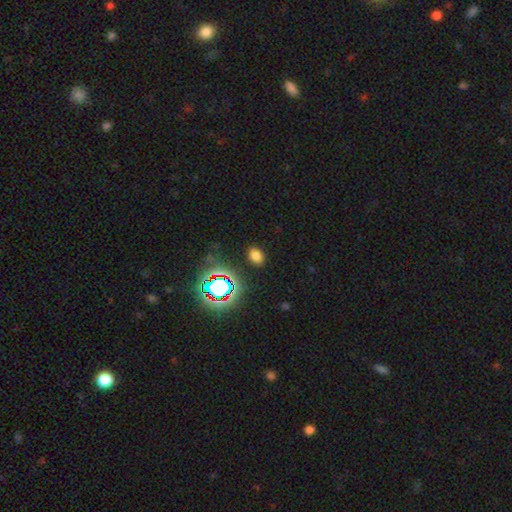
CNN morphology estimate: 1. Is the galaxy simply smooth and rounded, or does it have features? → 71% smooth, 23% star or artifact, 6% featured or disk.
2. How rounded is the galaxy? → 79% in between, 19% round, 2% cigar-shaped.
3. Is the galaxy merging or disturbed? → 87% none, 8% minor disturbance, 3% major disturbance, 2% merger.